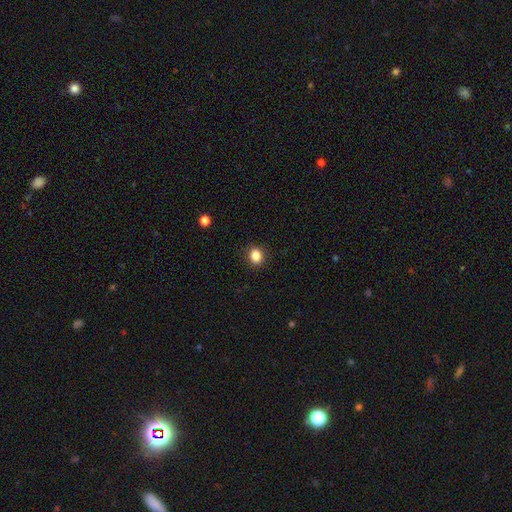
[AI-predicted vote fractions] Overall: smooth (85%). How rounded: round (64%; in between 35%). Merging: none (89%).